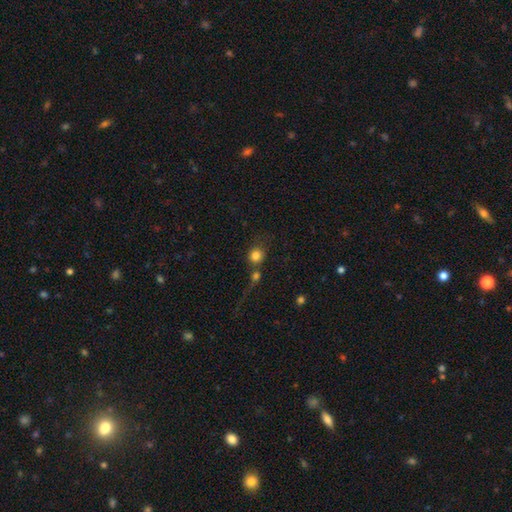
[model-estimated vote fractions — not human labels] The model was most divided on "merging": none: 43%, merger: 40%, major disturbance: 9%, minor disturbance: 9%. More confident: how rounded — round (85%); smooth or featured — smooth (80%).